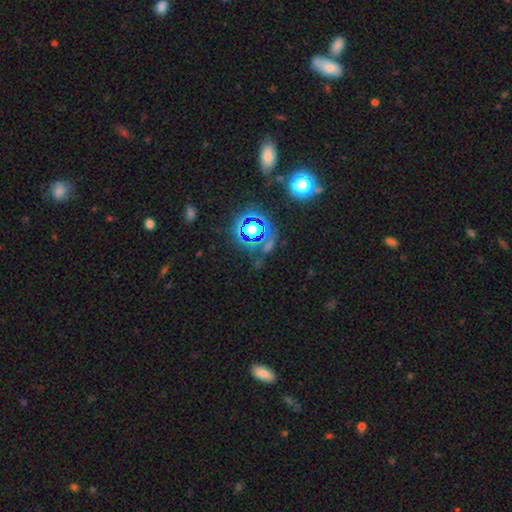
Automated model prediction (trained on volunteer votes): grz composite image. It shows a star or artifact, not a galaxy (74%).